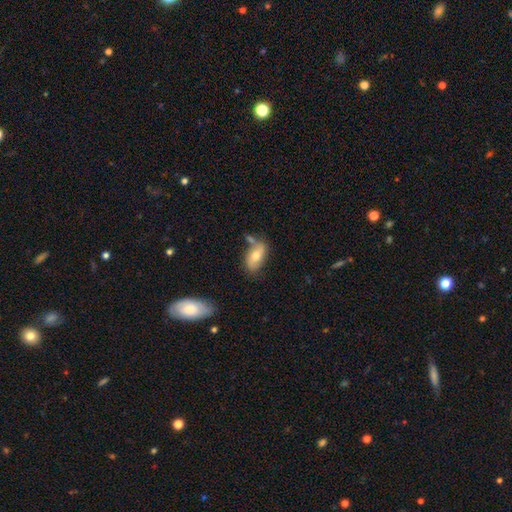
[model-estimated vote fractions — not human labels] The model was most divided on "smooth or featured": smooth: 60%, featured or disk: 32%, star or artifact: 8%. More confident: how rounded — in between (89%); merging — none (54%).